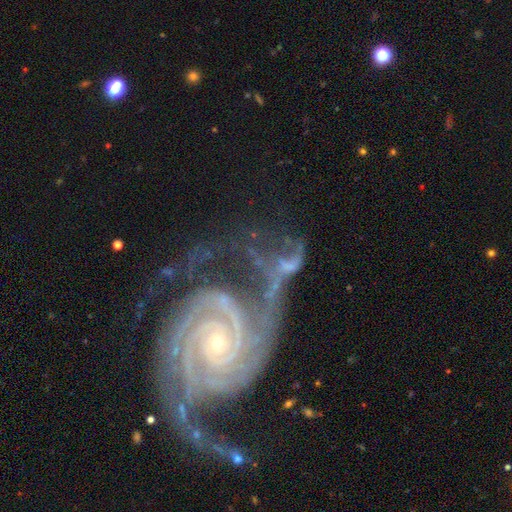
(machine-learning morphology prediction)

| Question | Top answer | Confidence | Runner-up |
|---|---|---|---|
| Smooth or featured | featured or disk | 92% | star or artifact (5%) |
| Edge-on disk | no | 98% | yes (2%) |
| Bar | no | 63% | weak (24%) |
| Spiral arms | yes | 99% | no (1%) |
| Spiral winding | tight | 74% | medium (22%) |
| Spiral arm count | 2 | 61% | 3 (14%) |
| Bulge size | small | 81% | moderate (15%) |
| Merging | none | 45% | minor disturbance (22%) |